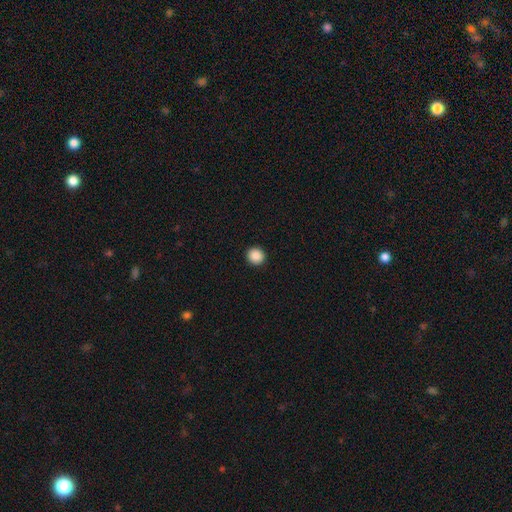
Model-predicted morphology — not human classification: smooth-or-featured: smooth: 88% | star or artifact: 9% | featured or disk: 3%
  how-rounded: round: 92% | in between: 7% | cigar-shaped: 1%
  merging: none: 94% | minor disturbance: 4% | major disturbance: 1% | merger: 1%